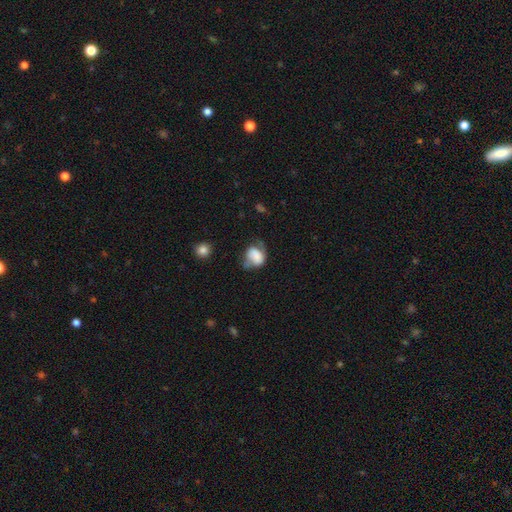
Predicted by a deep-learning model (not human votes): This is likely a smooth galaxy (70%). How rounded: possibly in between (57%). Merging: marginally none (32%, tied with minor disturbance).